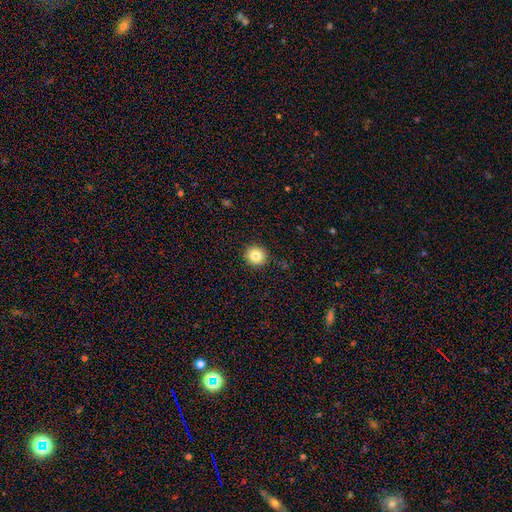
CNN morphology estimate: This appears to be a smooth galaxy with no disk features (83%) that is round (91%). Merging: none (91%).